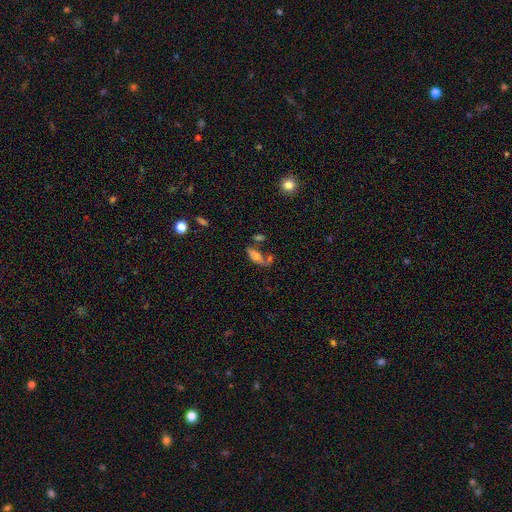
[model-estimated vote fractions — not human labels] smooth-or-featured: smooth: 67% | featured or disk: 23% | star or artifact: 10%
  how-rounded: in between: 75% | cigar-shaped: 21% | round: 4%
  merging: none: 40% | merger: 30% | minor disturbance: 17% | major disturbance: 13%